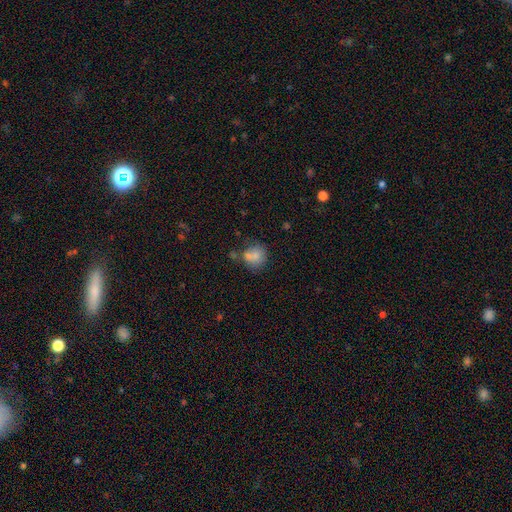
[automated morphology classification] Smooth or featured: smooth — 78% (featured or disk — 12%)
How rounded: round — 74% (in between — 25%)
Merging: none — 49% (merger — 29%)